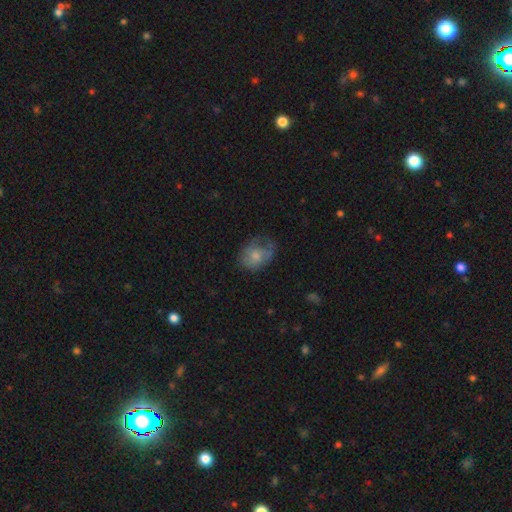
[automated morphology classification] type=smooth (64%); roundness=in between (61%); merging=none (43%).